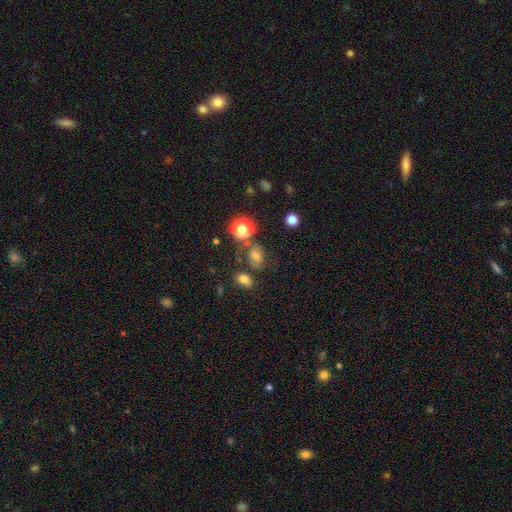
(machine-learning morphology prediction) This appears to be a smooth galaxy with no disk features (66%) that is in between round and cigar-shaped (59%). Merging: none (69%).